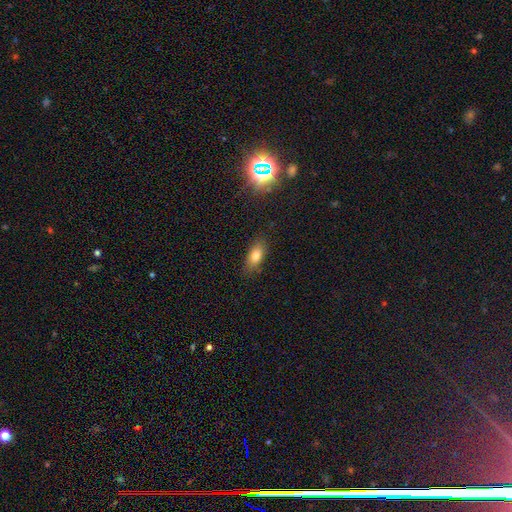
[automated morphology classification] This appears to be a smooth galaxy with no disk features (78%) that is in between round and cigar-shaped (82%). Merging: none (81%).